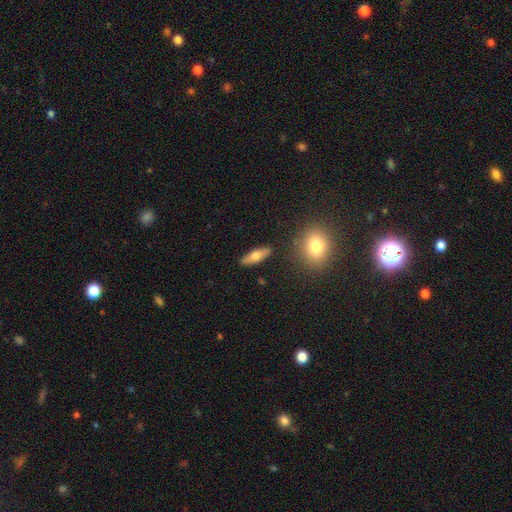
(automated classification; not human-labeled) smooth_or_featured: smooth (p=0.65) [alt: featured or disk p=0.29]
how_rounded: in between (p=0.55) [alt: cigar-shaped p=0.42]
merging: none (p=0.86) [alt: minor disturbance p=0.09]